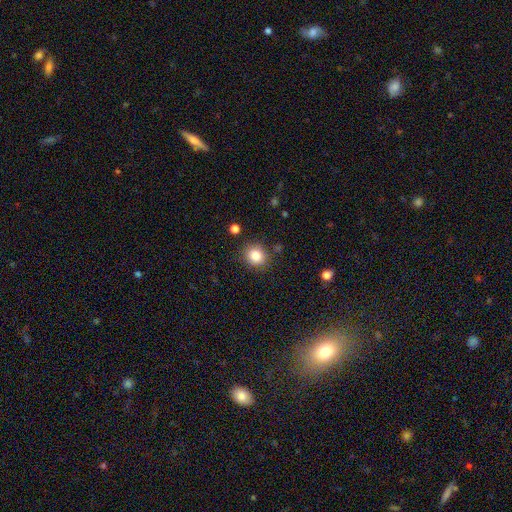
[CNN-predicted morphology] Smooth or featured?
  - smooth: 84% *
  - star or artifact: 10%
  - featured or disk: 5%
How rounded?
  - round: 86% *
  - in between: 13%
  - cigar-shaped: 1%
Merging?
  - none: 85% *
  - minor disturbance: 9%
  - major disturbance: 3%
  - merger: 3%